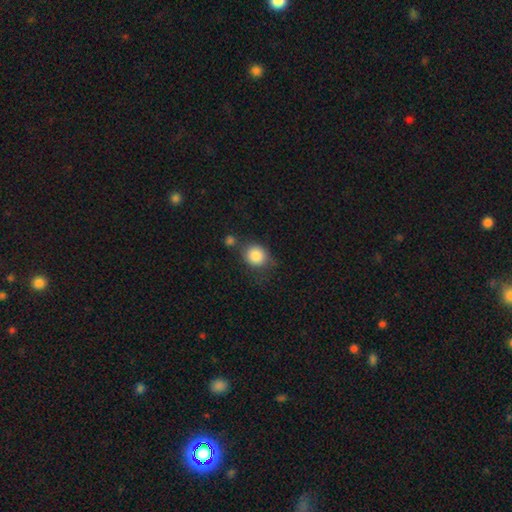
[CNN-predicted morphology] The model was most divided on "merging": none: 60%, minor disturbance: 19%, merger: 13%, major disturbance: 7%. More confident: smooth or featured — smooth (86%); how rounded — round (80%).